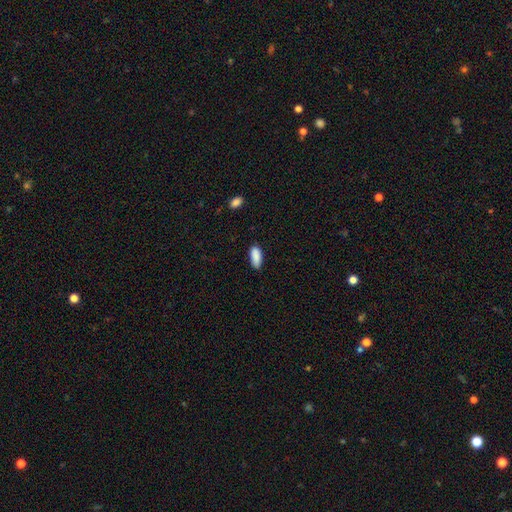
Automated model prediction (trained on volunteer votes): This appears to be a smooth galaxy with no disk features (89%) that is in between round and cigar-shaped (84%). Merging: none (77%).